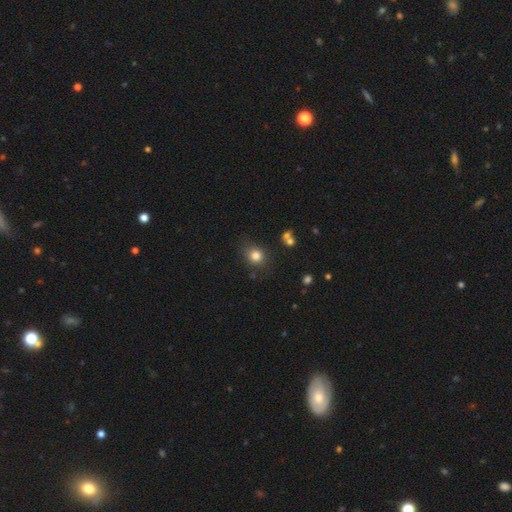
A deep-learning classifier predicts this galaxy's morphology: Overall: smooth (80%). How rounded: round (69%; in between 30%). Merging: none (76%).